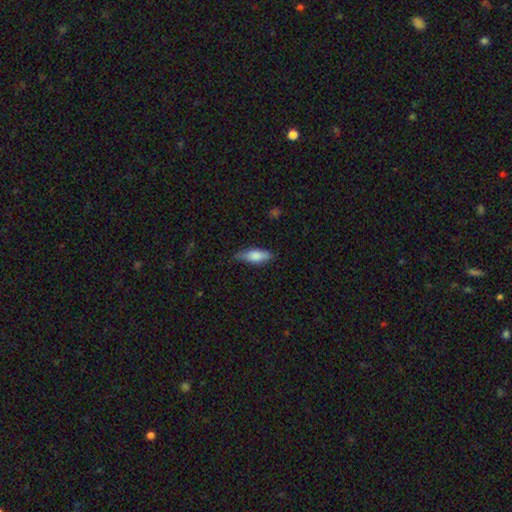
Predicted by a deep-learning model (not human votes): A smooth galaxy with no disk features (75%) that is in between round and cigar-shaped (63%). Merging: none (72%).